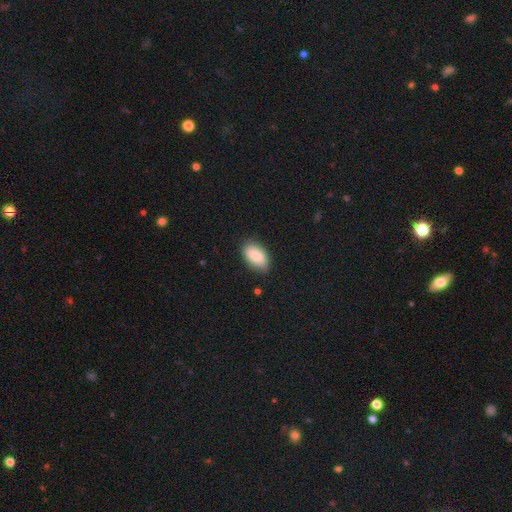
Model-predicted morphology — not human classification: Q: Smooth or featured?
A: smooth (83%); runner-up: featured or disk (10%)
Q: How rounded?
A: in between (93%); runner-up: round (5%)
Q: Merging?
A: none (80%); runner-up: minor disturbance (16%)